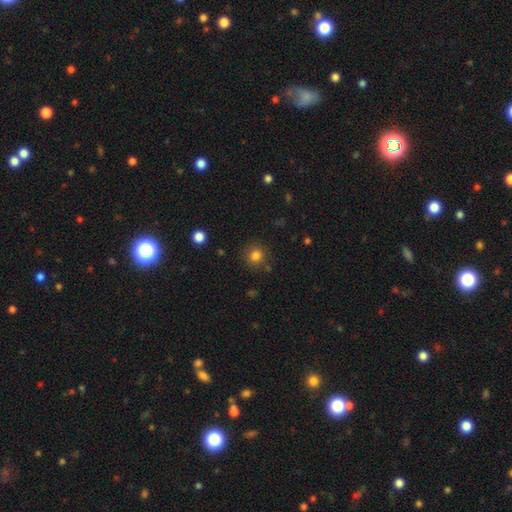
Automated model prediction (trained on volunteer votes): A smooth galaxy with no disk features (82%) that is round (89%).

Vote fractions:
- Smooth or featured? smooth: 82% / star or artifact: 12% / featured or disk: 5%
- How rounded? round: 89% / in between: 10% / cigar-shaped: 1%
- Merging? none: 85% / minor disturbance: 9% / major disturbance: 3% / merger: 3%